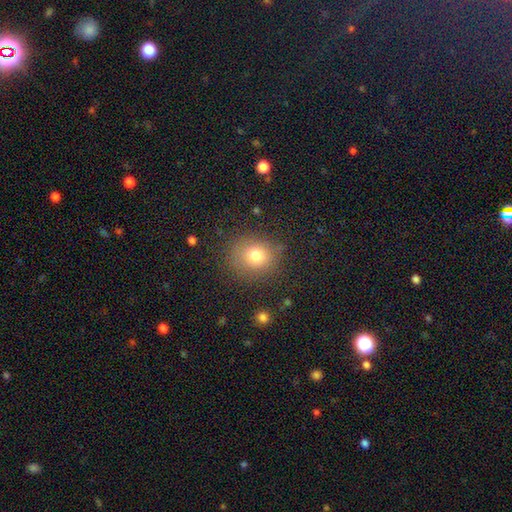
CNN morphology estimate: The model was most divided on "how rounded": round: 78%, in between: 21%, cigar-shaped: 1%. More confident: merging — none (81%); smooth or featured — smooth (76%).